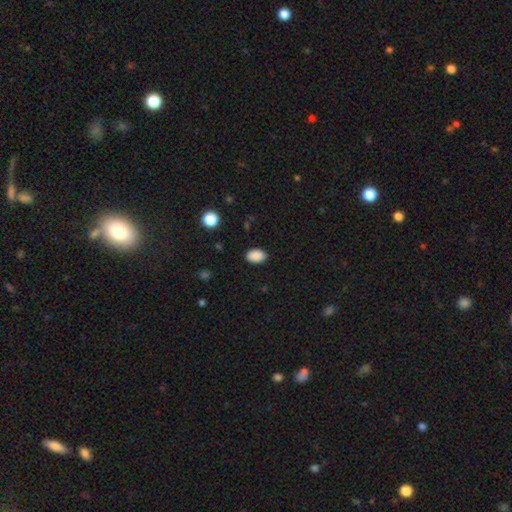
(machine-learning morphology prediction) This is clearly a smooth galaxy (89%). How rounded: clearly in between (84%). Merging: clearly none (88%).